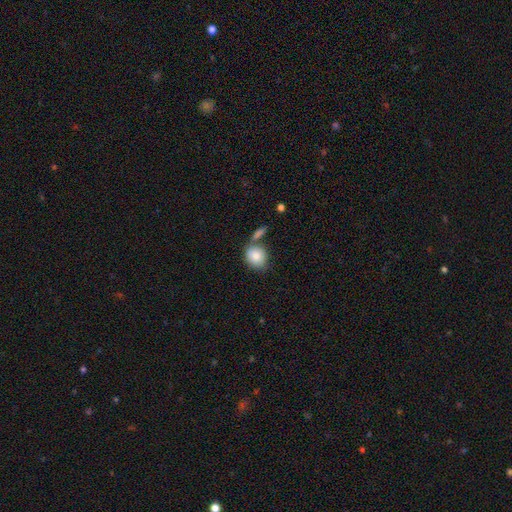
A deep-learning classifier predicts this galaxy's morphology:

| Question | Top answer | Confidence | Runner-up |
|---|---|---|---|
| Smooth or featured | smooth | 83% | featured or disk (10%) |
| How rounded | round | 64% | in between (35%) |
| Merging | none | 52% | merger (27%) |